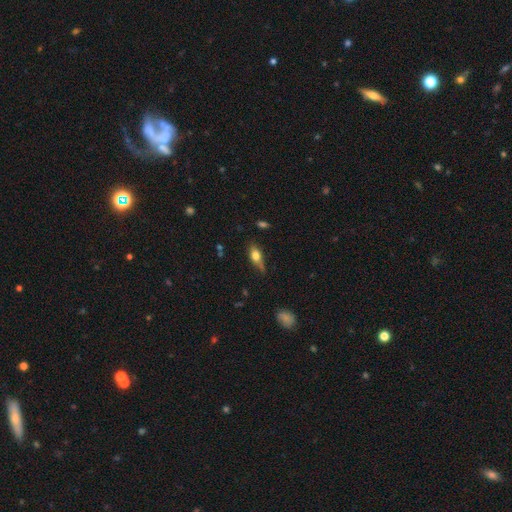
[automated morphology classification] Smooth or featured: smooth — 57% (featured or disk — 35%)
How rounded: in between — 65% (cigar-shaped — 29%)
Merging: none — 62% (minor disturbance — 28%)